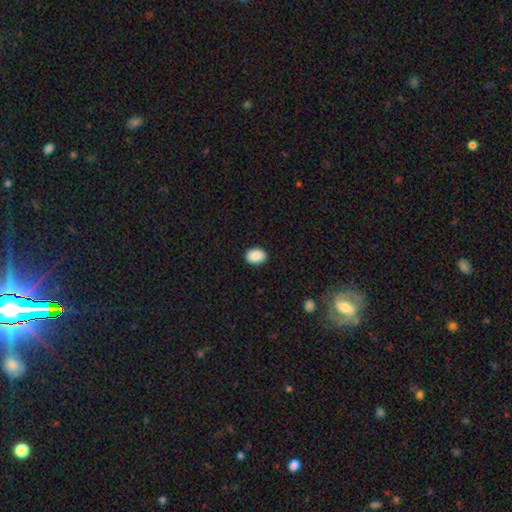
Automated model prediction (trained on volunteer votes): smooth 90%, star or artifact 7%, featured or disk 3%. Down the decision tree: how rounded — in between (73%); merging — none (90%).